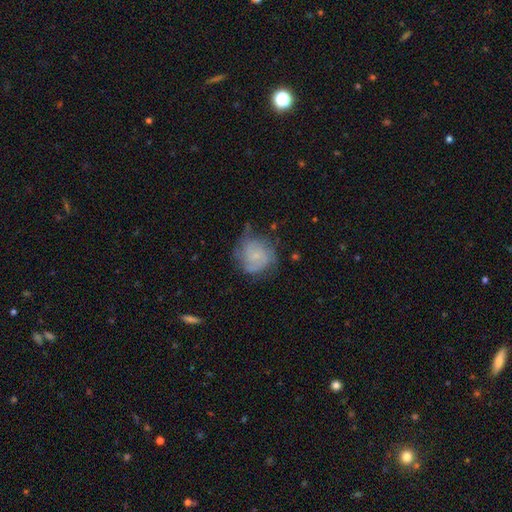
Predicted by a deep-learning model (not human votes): featured or disk 60%, smooth 31%, star or artifact 8%. Down the decision tree: edge-on disk — no (98%); bar — no (73%); spiral arms — yes (85%); spiral arm count — can't tell (37%); spiral winding — tight (49%); bulge size — small (73%); merging — none (54%).